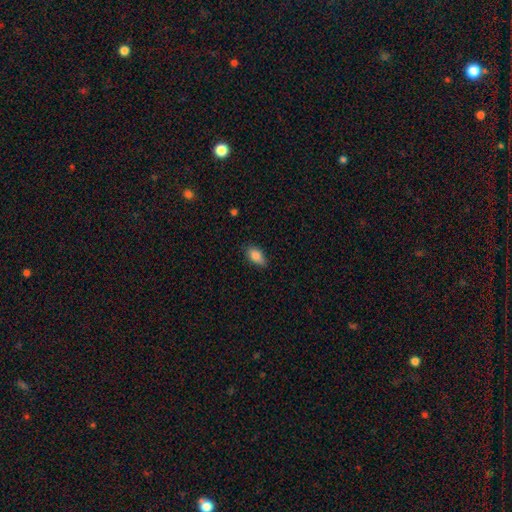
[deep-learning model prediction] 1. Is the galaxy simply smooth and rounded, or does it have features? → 85% smooth, 8% featured or disk, 7% star or artifact.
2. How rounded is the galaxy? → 89% in between, 6% cigar-shaped, 5% round.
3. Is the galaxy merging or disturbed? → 81% none, 15% minor disturbance, 3% major disturbance, 1% merger.